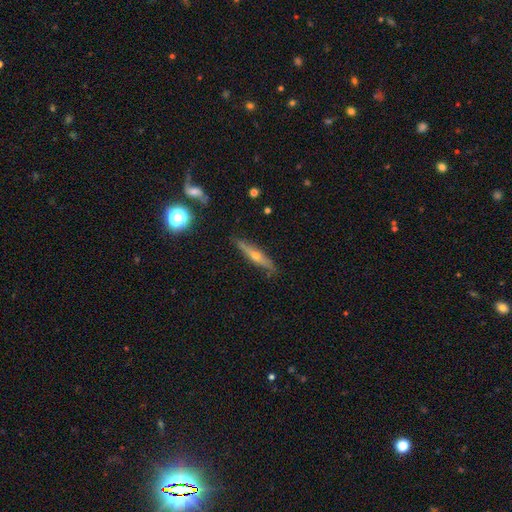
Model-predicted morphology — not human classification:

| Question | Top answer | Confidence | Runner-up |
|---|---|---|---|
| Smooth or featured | featured or disk | 65% | smooth (27%) |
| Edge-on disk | yes | 92% | no (8%) |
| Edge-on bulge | rounded | 88% | none (9%) |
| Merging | none | 84% | minor disturbance (12%) |